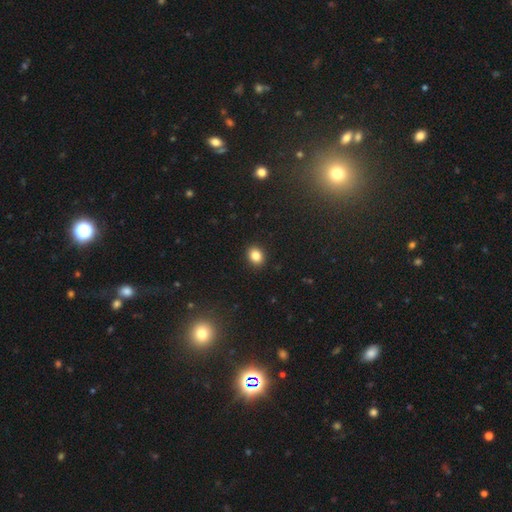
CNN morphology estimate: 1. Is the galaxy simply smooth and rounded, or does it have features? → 85% smooth, 10% star or artifact, 5% featured or disk.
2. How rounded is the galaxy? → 50% in between, 49% round, 1% cigar-shaped.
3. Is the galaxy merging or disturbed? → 91% none, 6% minor disturbance, 2% major disturbance, 1% merger.